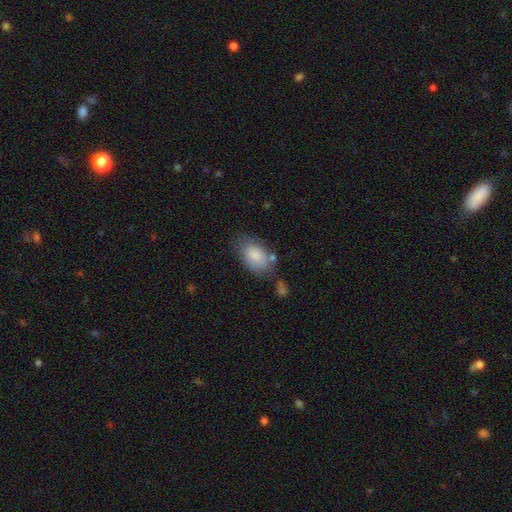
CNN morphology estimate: smooth_or_featured: smooth (p=0.83) [alt: featured or disk p=0.11]
how_rounded: in between (p=0.90) [alt: round p=0.08]
merging: none (p=0.58) [alt: minor disturbance p=0.24]